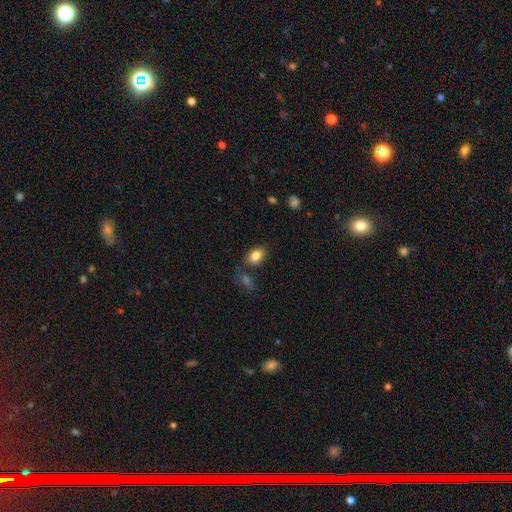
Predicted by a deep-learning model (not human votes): smooth-or-featured: smooth: 84% | star or artifact: 8% | featured or disk: 7%
  how-rounded: in between: 85% | round: 14% | cigar-shaped: 1%
  merging: none: 75% | minor disturbance: 13% | merger: 9% | major disturbance: 4%